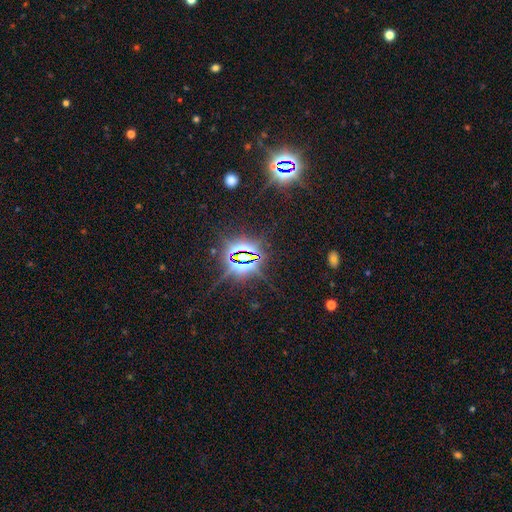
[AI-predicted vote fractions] smooth-or-featured: star or artifact: 85% | featured or disk: 8% | smooth: 7%